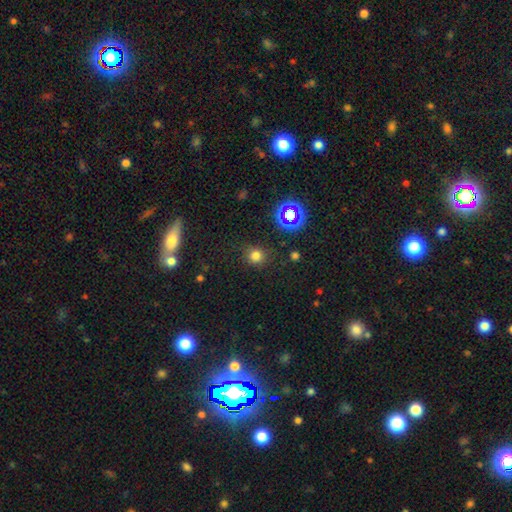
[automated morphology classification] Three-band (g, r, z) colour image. It shows a smooth galaxy with no disk features (74%) that is round (90%). Merging: none (84%).